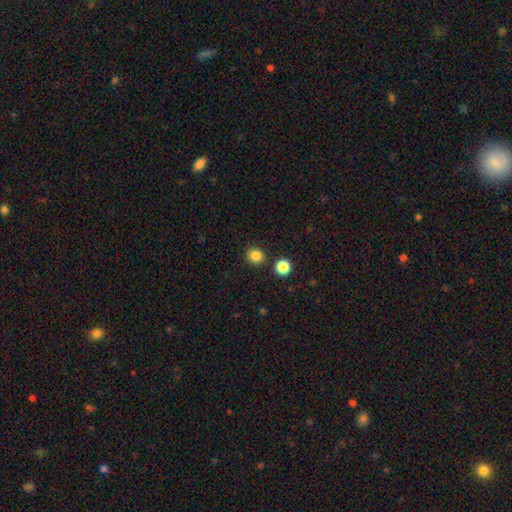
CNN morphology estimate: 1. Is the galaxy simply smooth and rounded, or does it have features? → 84% smooth, 12% star or artifact, 4% featured or disk.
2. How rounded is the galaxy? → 89% round, 10% in between, 1% cigar-shaped.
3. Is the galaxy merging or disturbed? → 86% none, 7% minor disturbance, 4% merger, 2% major disturbance.